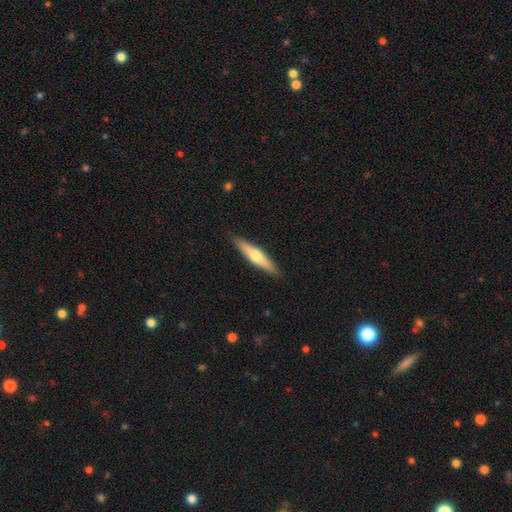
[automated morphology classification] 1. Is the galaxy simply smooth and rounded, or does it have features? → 49% smooth, 46% featured or disk, 5% star or artifact.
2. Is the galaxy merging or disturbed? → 90% none, 8% minor disturbance, 2% major disturbance, 1% merger.